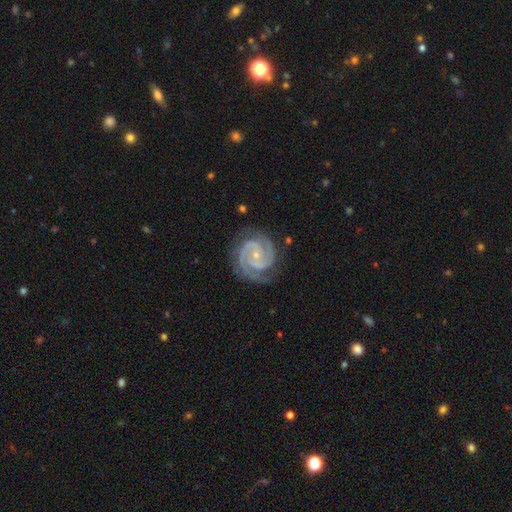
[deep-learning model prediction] smooth_or_featured: featured or disk (p=0.93) [alt: star or artifact p=0.04]
disk_edge_on: no (p=0.98) [alt: yes p=0.02]
bar: no (p=0.57) [alt: weak p=0.29]
has_spiral_arms: yes (p=0.99) [alt: no p=0.01]
spiral_winding: tight (p=0.71) [alt: medium p=0.26]
spiral_arm_count: 2 (p=0.75) [alt: 3 p=0.15]
bulge_size: small (p=0.78) [alt: moderate p=0.17]
merging: none (p=0.79) [alt: minor disturbance p=0.15]